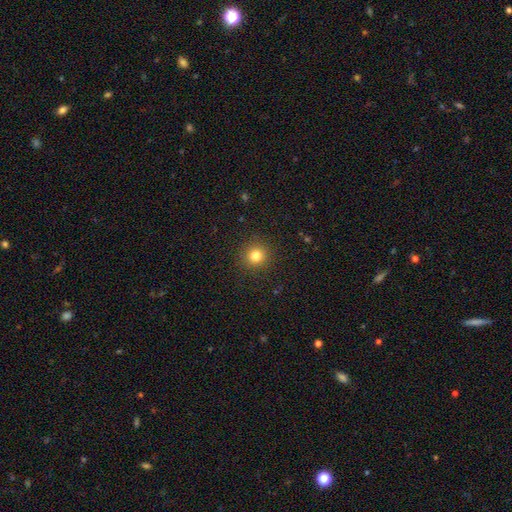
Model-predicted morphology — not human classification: Q: Smooth or featured?
A: smooth (81%); runner-up: star or artifact (13%)
Q: How rounded?
A: round (94%); runner-up: in between (5%)
Q: Merging?
A: none (91%); runner-up: minor disturbance (6%)